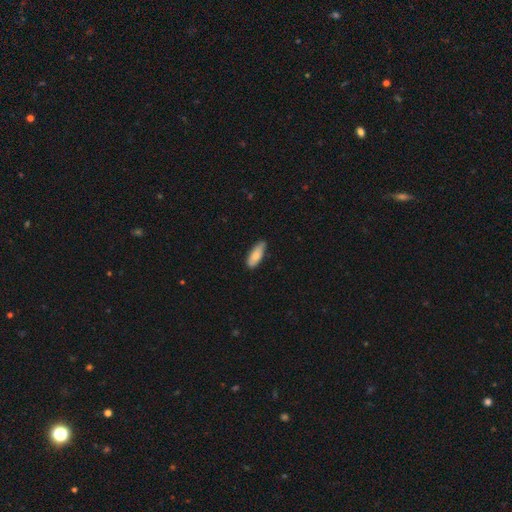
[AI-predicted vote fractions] Overall: smooth (80%). How rounded: in between (70%). Merging: none (76%).